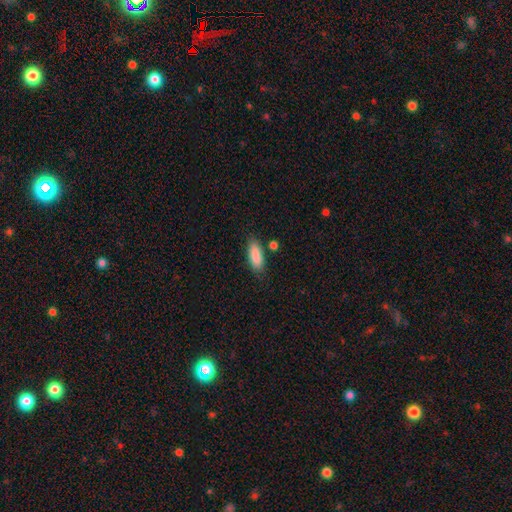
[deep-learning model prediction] A smooth galaxy with no disk features (88%) that is in between round and cigar-shaped (73%).

Vote fractions:
- Smooth or featured? smooth: 88% / star or artifact: 6% / featured or disk: 6%
- How rounded? in between: 73% / cigar-shaped: 25% / round: 2%
- Merging? none: 79% / minor disturbance: 13% / merger: 5% / major disturbance: 3%